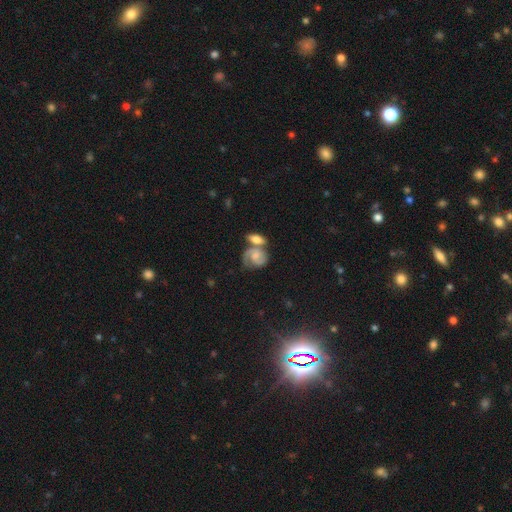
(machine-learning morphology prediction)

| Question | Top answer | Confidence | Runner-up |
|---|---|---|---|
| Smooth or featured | featured or disk | 69% | smooth (24%) |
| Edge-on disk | no | 96% | yes (4%) |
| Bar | no | 65% | weak (29%) |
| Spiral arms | yes | 92% | no (8%) |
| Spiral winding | tight | 49% | medium (39%) |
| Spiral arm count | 2 | 65% | 1 (16%) |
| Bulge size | small | 37% | moderate (33%) |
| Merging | merger | 39% | none (37%) |